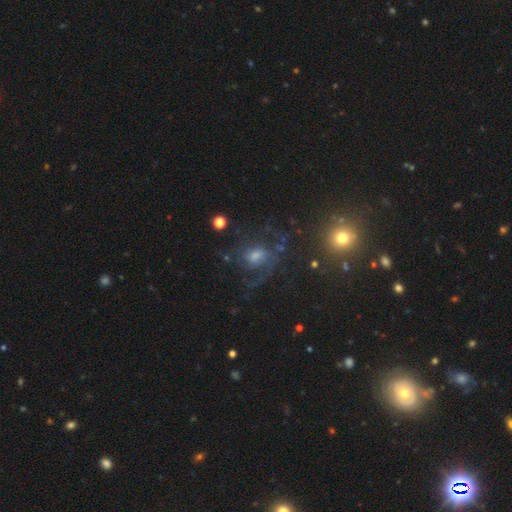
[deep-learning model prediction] featured or disk 60%, smooth 20%, star or artifact 19%. Down the decision tree: edge-on disk — no (97%); bar — no (50%); spiral arms — yes (83%); bulge size — moderate (47%); merging — none (54%).